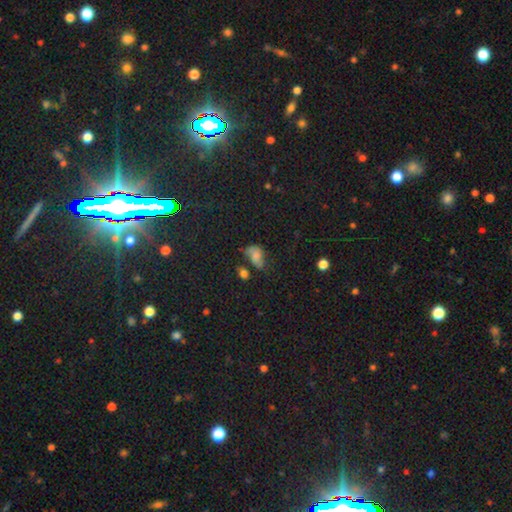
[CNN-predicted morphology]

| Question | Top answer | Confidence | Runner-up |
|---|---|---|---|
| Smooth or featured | smooth | 62% | featured or disk (19%) |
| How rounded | in between | 83% | round (15%) |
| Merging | none | 31% | minor disturbance (28%) |